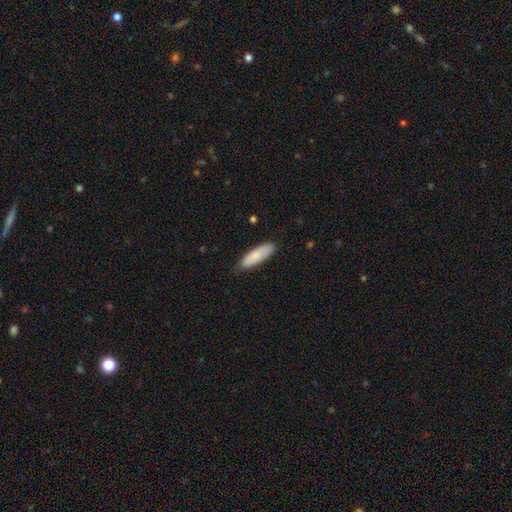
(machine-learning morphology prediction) smooth_or_featured: smooth (p=0.85) [alt: featured or disk p=0.10]
how_rounded: in between (p=0.53) [alt: cigar-shaped p=0.45]
merging: none (p=0.77) [alt: minor disturbance p=0.20]